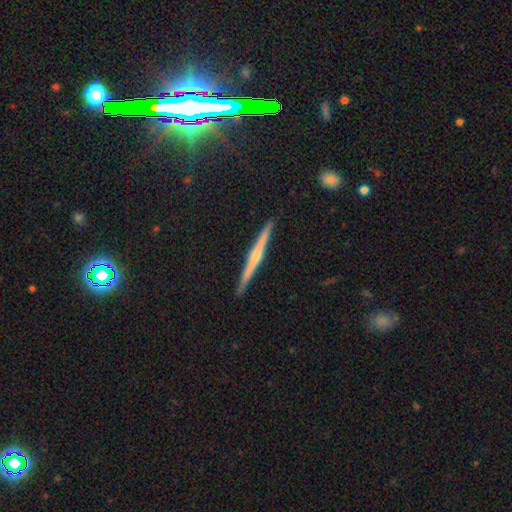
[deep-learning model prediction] smooth-or-featured: featured or disk: 69% | smooth: 25% | star or artifact: 7%
  disk-edge-on: yes: 98% | no: 2%
    edge-on-bulge: rounded: 58% | none: 32% | boxy: 10%
  merging: none: 92% | minor disturbance: 6% | major disturbance: 1% | merger: 1%